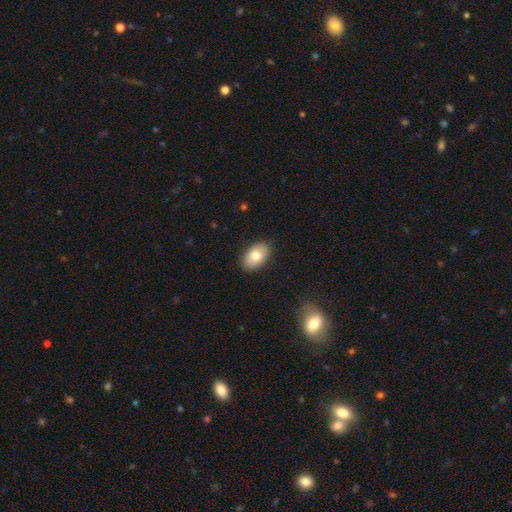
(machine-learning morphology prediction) This appears to be a smooth galaxy with no disk features (78%) that is in between round and cigar-shaped (91%). Merging: none (87%).